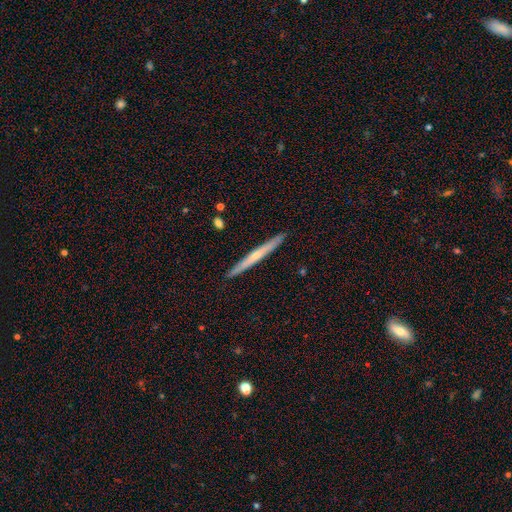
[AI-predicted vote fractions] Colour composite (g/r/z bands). It shows a featured or disk galaxy (56%) viewed edge-on (97%) with no central bulge (52%). Merging: none (91%).